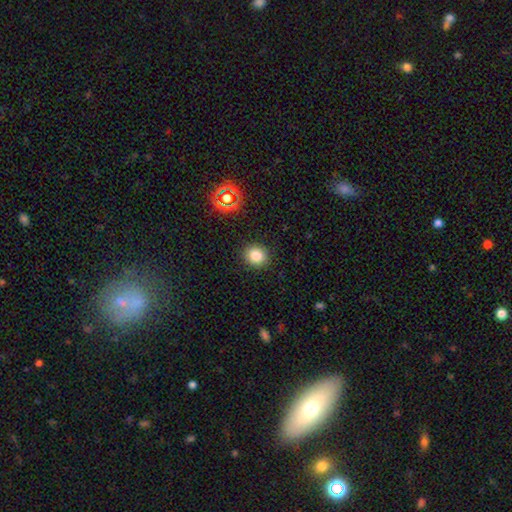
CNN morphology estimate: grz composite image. It shows a smooth galaxy with no disk features (81%) that is round (82%). Merging: none (90%).